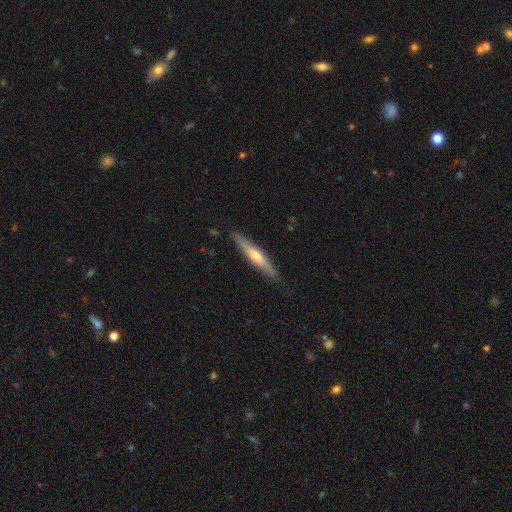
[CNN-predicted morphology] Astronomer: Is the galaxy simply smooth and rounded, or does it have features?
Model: featured or disk — 54% (runner-up: smooth, 41%).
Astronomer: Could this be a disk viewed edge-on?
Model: yes — 93%.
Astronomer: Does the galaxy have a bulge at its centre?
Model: rounded — 76%.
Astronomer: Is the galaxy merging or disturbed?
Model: none — 86%.